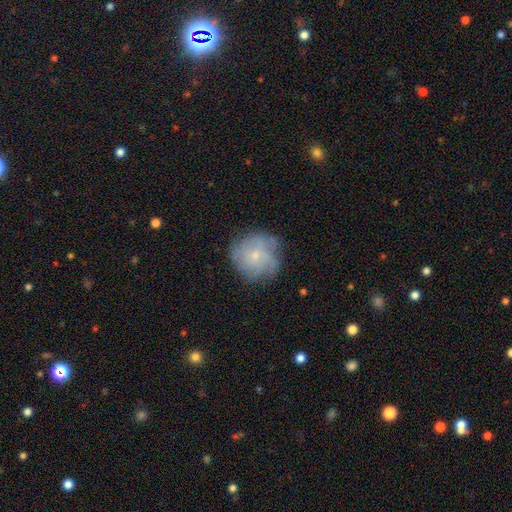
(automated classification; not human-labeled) This appears to be a smooth galaxy with no disk features (48%). Merging: none (68%).